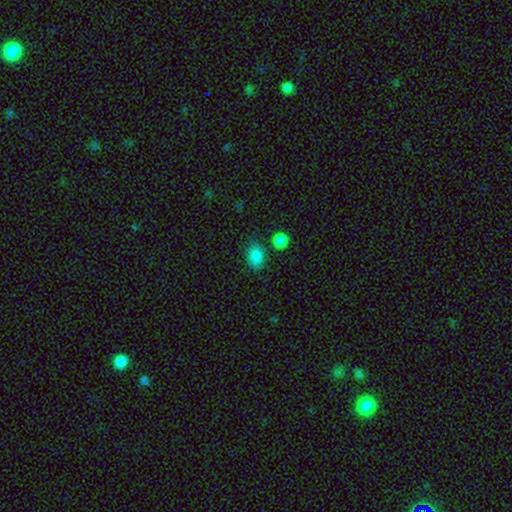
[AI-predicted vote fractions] Smooth or featured? Predicted: smooth (p=0.86). How rounded? Predicted: in between (p=0.70). Merging? Predicted: none (p=0.77).